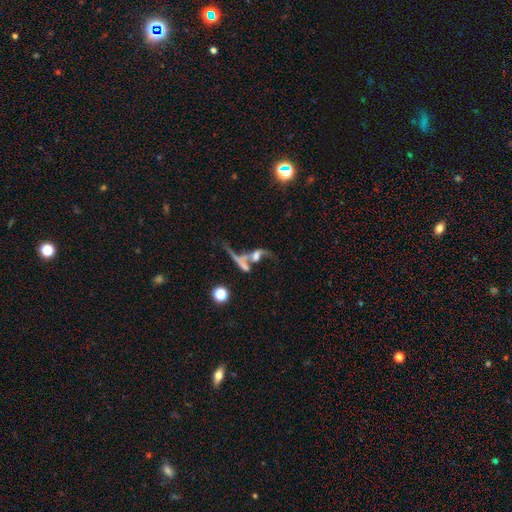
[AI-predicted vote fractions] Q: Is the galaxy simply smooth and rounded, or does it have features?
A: featured or disk — 62%.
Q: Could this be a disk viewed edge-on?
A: no — 83%.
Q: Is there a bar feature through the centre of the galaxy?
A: no — 68%.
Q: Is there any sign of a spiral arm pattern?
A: yes — 58%.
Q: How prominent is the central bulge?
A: none — 39%.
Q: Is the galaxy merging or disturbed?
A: merger — 53%.